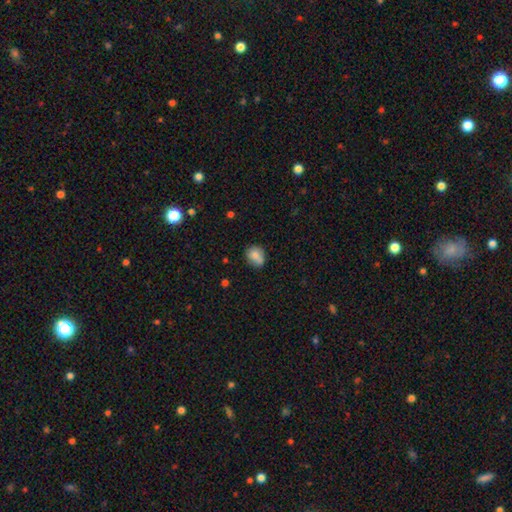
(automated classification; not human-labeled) Smooth or featured? smooth (78%)
How rounded? round (61%)
Merging? none (59%)